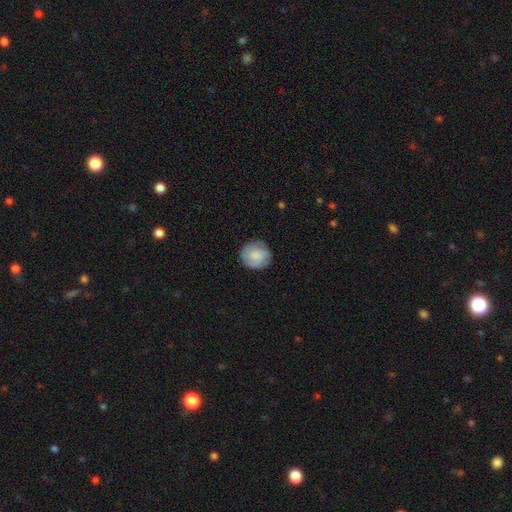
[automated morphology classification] A smooth galaxy with no disk features (72%) that is round (91%).

Vote fractions:
- Smooth or featured? smooth: 72% / featured or disk: 21% / star or artifact: 7%
- How rounded? round: 91% / in between: 8% / cigar-shaped: 1%
- Merging? none: 82% / minor disturbance: 13% / major disturbance: 3% / merger: 1%